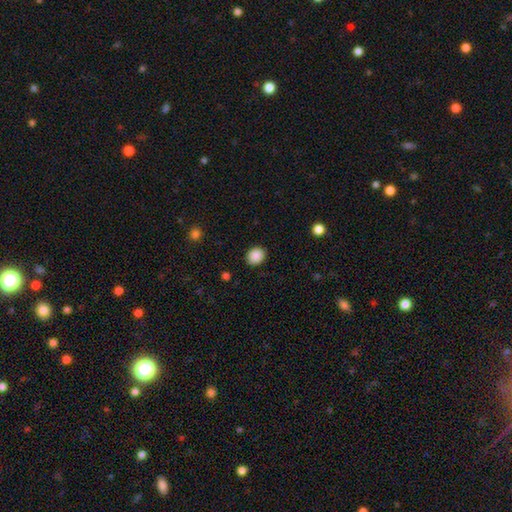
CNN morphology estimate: type=smooth (89%); roundness=round (69%); merging=none (90%).